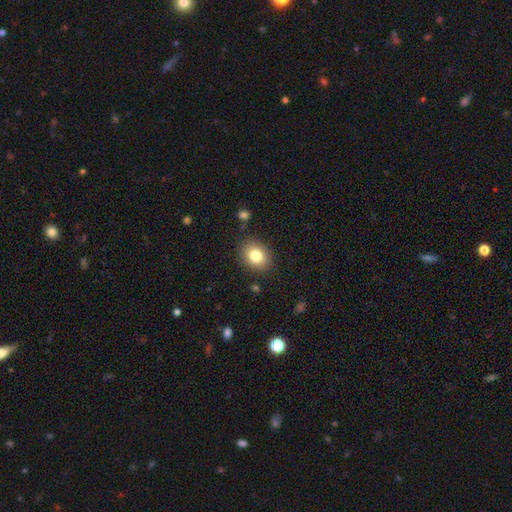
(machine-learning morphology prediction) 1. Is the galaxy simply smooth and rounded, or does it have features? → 81% smooth, 10% star or artifact, 9% featured or disk.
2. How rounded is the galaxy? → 51% round, 48% in between, 1% cigar-shaped.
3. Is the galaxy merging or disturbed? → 86% none, 9% minor disturbance, 3% major disturbance, 2% merger.